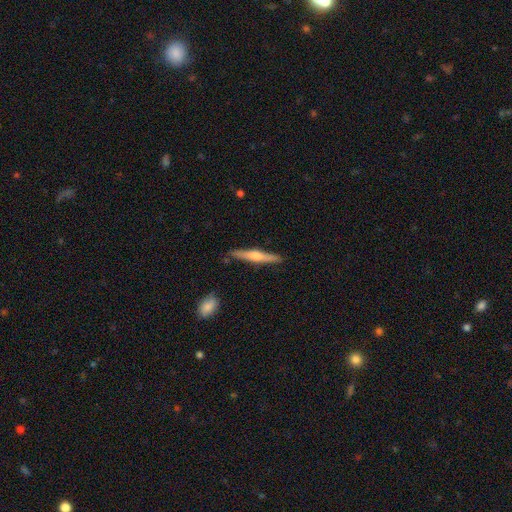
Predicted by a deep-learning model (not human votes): Smooth or featured?
  - featured or disk: 61% *
  - smooth: 33%
  - star or artifact: 6%
Edge-on disk?
  - yes: 97% *
  - no: 3%
Edge-on bulge?
  - rounded: 81% *
  - boxy: 11%
  - none: 9%
Merging?
  - none: 89% *
  - minor disturbance: 8%
  - merger: 2%
  - major disturbance: 2%